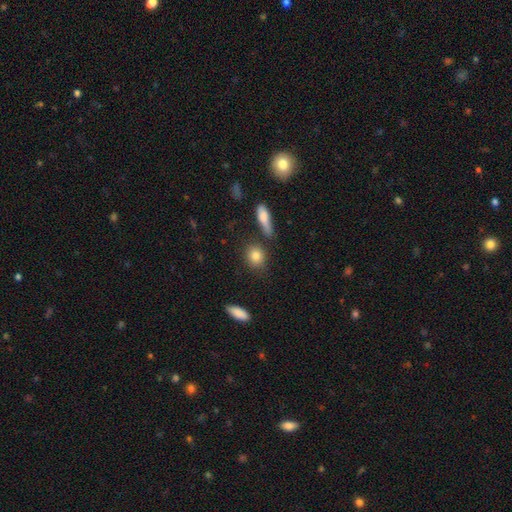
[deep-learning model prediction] smooth-or-featured: smooth: 83% | star or artifact: 8% | featured or disk: 8%
  how-rounded: round: 60% | in between: 35% | cigar-shaped: 4%
  merging: none: 76% | minor disturbance: 12% | merger: 8% | major disturbance: 4%